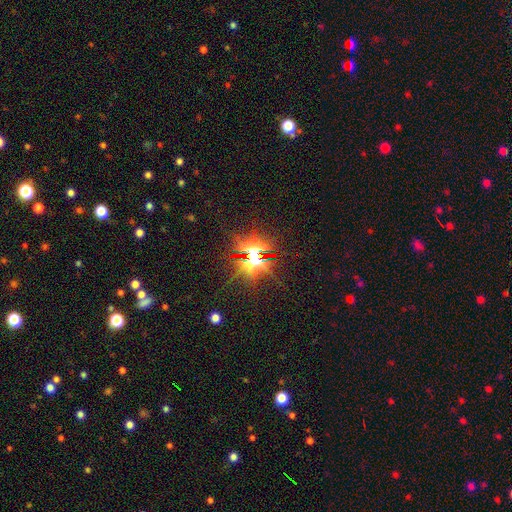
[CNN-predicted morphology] Overall: star or artifact (78%).